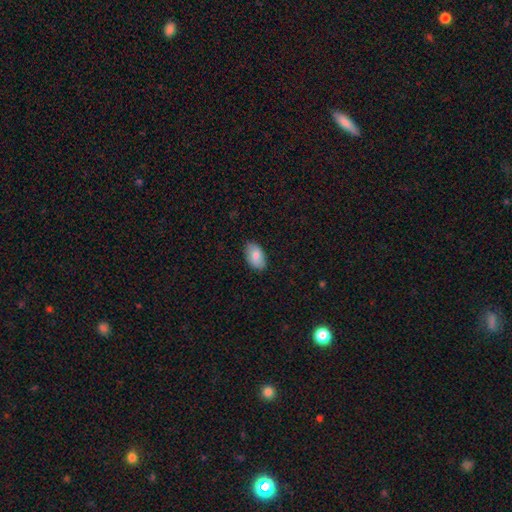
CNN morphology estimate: This is likely a smooth galaxy (79%). How rounded: clearly in between (93%). Merging: clearly none (86%).